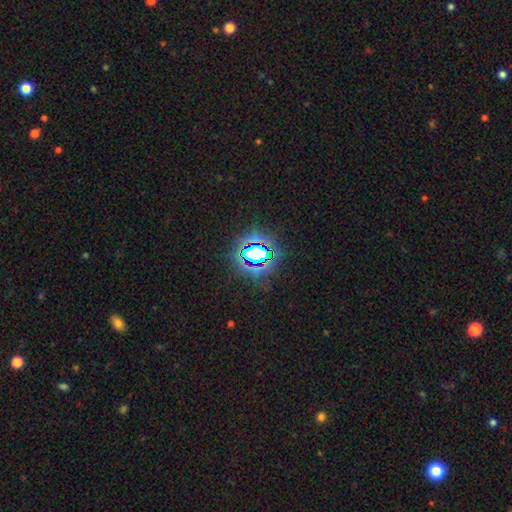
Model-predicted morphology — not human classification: This is likely a star or artifact rather than a galaxy (68%).